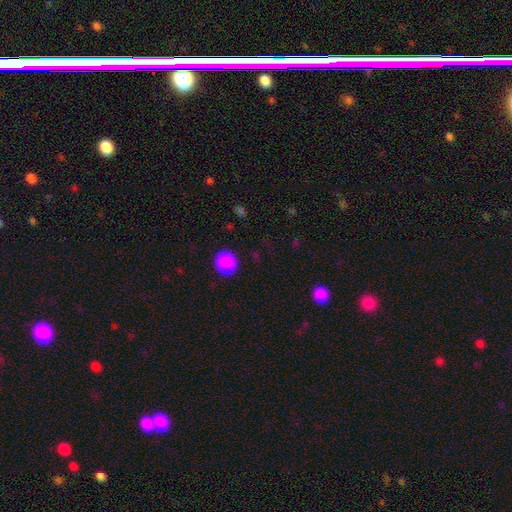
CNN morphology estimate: smooth-or-featured: smooth: 87% | star or artifact: 9% | featured or disk: 3%
  how-rounded: round: 73% | in between: 26% | cigar-shaped: 1%
  merging: none: 89% | minor disturbance: 7% | major disturbance: 2% | merger: 1%